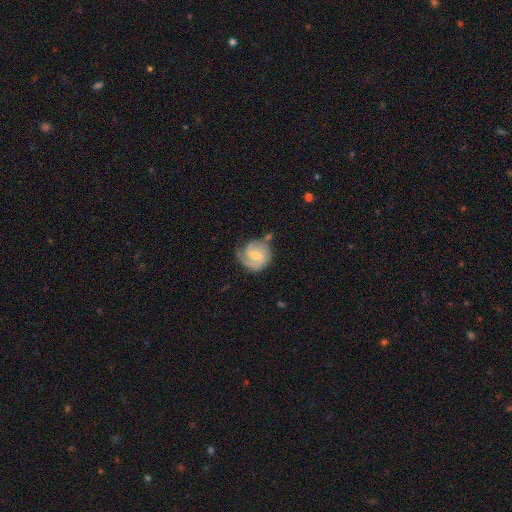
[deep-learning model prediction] Smooth or featured? featured or disk (73%)
Edge-on disk? no (98%)
Bar? weak (58%)
Spiral arms? yes (93%)
Spiral winding? medium (43%)
Spiral arm count? 2 (59%)
Bulge size? small (51%)
Merging? none (58%)